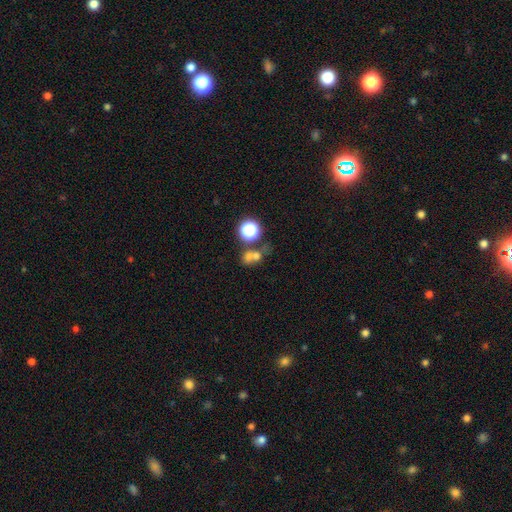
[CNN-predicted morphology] A smooth galaxy with no disk features (62%) that is round (69%).

Vote fractions:
- Smooth or featured? smooth: 62% / star or artifact: 23% / featured or disk: 15%
- How rounded? round: 69% / in between: 29% / cigar-shaped: 2%
- Merging? merger: 49% / none: 35% / minor disturbance: 8% / major disturbance: 8%